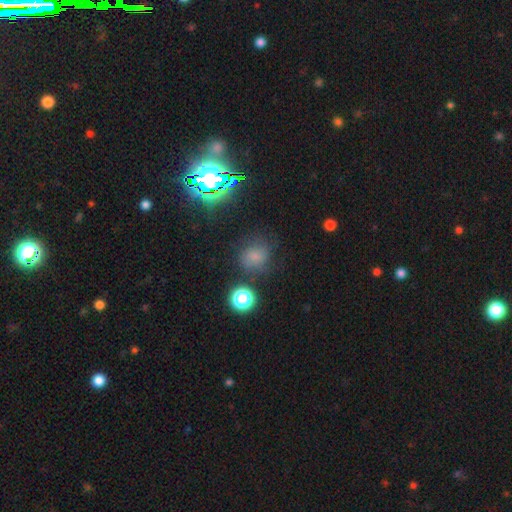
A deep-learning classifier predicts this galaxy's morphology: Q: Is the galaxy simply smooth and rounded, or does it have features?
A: smooth — 53%.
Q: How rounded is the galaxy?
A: round — 75%.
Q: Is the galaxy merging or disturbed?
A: none — 73%.